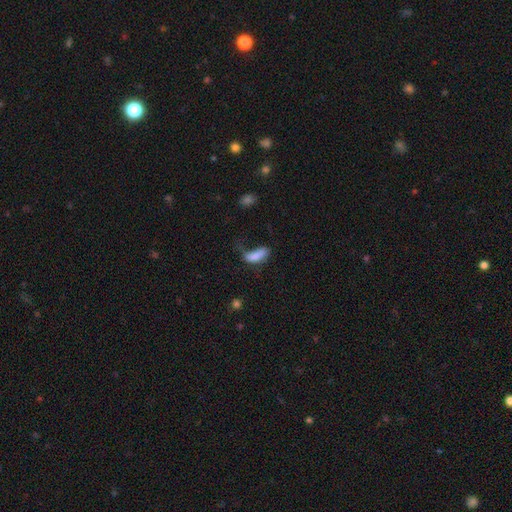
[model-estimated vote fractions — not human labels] Smooth or featured?
  - smooth: 77% *
  - featured or disk: 14%
  - star or artifact: 9%
How rounded?
  - in between: 68% *
  - cigar-shaped: 29%
  - round: 3%
Merging?
  - major disturbance: 42% *
  - none: 26%
  - minor disturbance: 25%
  - merger: 7%